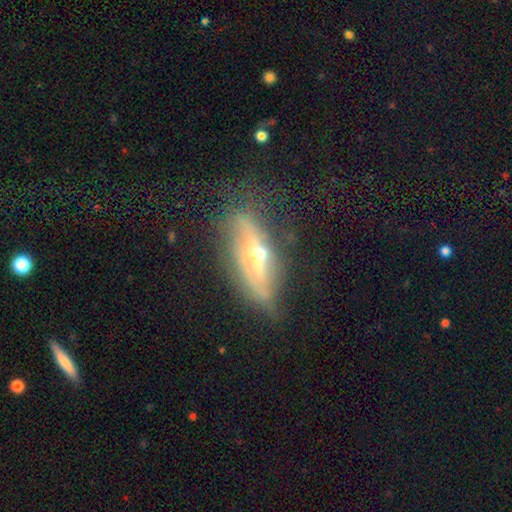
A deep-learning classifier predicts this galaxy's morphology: The model was most divided on "merging": none: 62%, minor disturbance: 21%, major disturbance: 12%, merger: 5%. More confident: edge-on bulge — rounded (82%); edge-on disk — yes (74%); smooth or featured — featured or disk (72%).